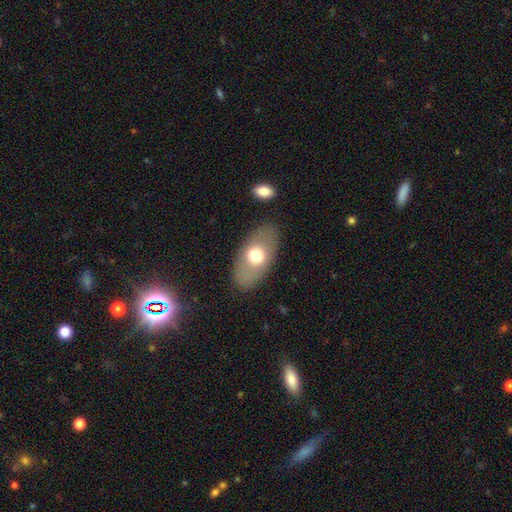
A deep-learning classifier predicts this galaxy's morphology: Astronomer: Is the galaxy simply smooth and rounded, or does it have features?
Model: smooth — 64%.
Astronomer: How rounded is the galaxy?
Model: in between — 90%.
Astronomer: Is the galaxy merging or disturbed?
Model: none — 84%.